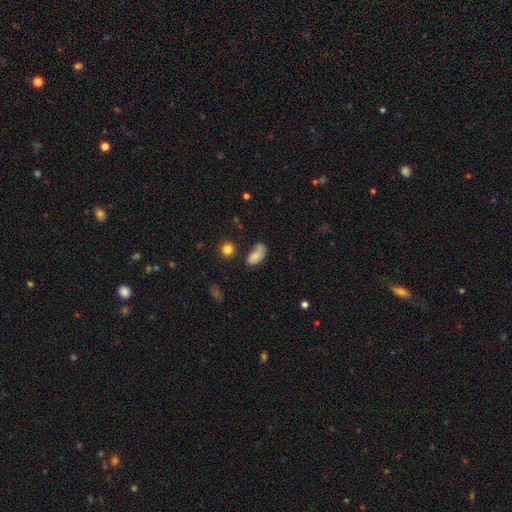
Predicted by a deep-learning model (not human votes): Smooth or featured? smooth (73%)
How rounded? in between (88%)
Merging? none (44%)